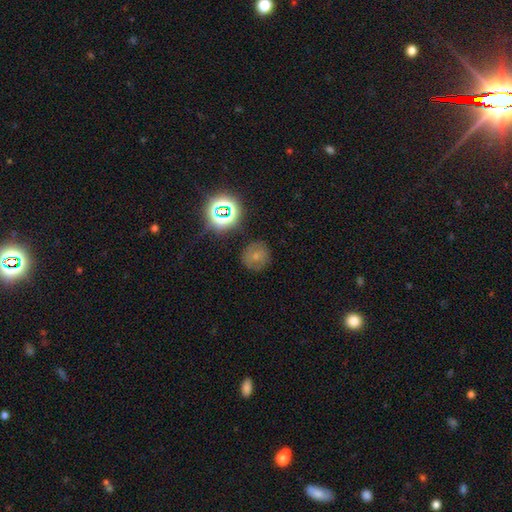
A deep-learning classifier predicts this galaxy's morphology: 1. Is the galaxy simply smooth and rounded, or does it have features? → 52% smooth, 25% featured or disk, 23% star or artifact.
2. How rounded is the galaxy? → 86% round, 13% in between, 1% cigar-shaped.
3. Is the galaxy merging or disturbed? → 79% none, 15% minor disturbance, 5% major disturbance, 2% merger.